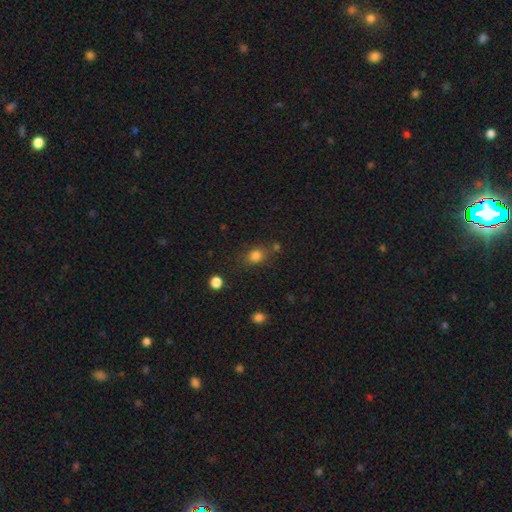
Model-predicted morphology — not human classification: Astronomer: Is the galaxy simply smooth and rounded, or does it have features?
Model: smooth — 81%.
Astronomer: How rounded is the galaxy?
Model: round — 52% (runner-up: in between, 47%).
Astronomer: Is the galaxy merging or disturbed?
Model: none — 71%.